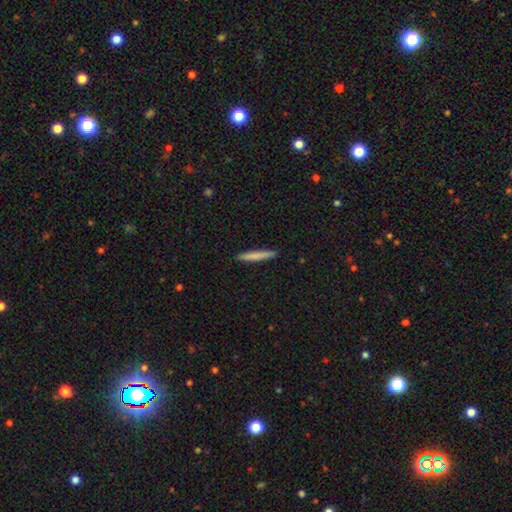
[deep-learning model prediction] Smooth or featured: smooth — 77% (featured or disk — 17%)
How rounded: cigar-shaped — 96% (in between — 3%)
Merging: none — 92% (minor disturbance — 5%)